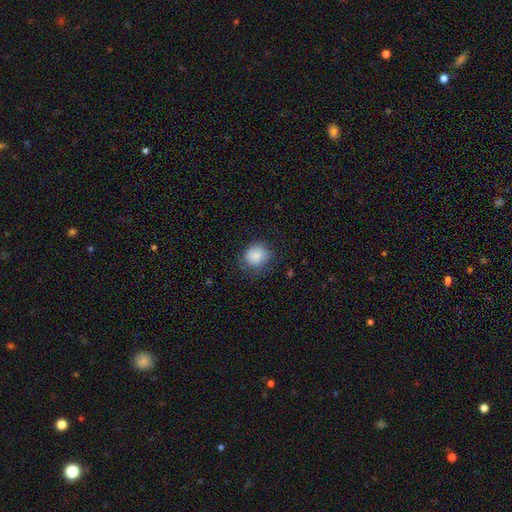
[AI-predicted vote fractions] Q: Smooth or featured?
A: smooth (86%); runner-up: star or artifact (8%)
Q: How rounded?
A: round (78%); runner-up: in between (21%)
Q: Merging?
A: none (71%); runner-up: minor disturbance (20%)